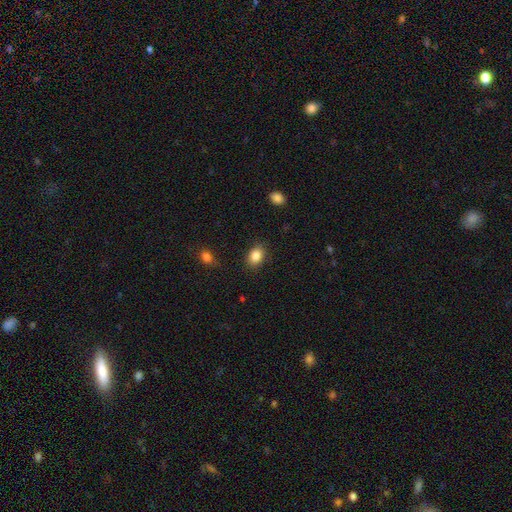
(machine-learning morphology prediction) type=smooth (86%); roundness=in between (74%); merging=none (85%).